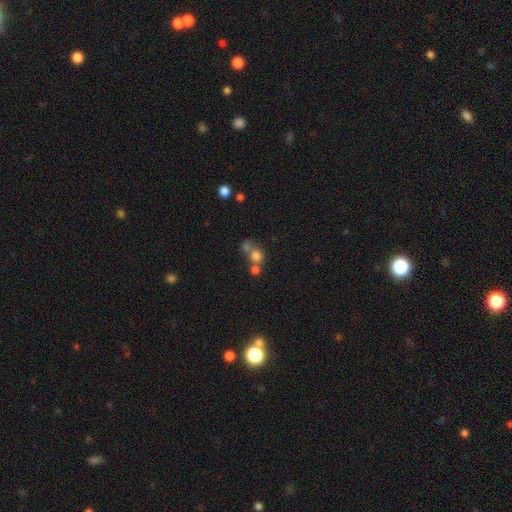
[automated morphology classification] Q: Smooth or featured?
A: smooth (73%); runner-up: star or artifact (15%)
Q: How rounded?
A: round (81%); runner-up: in between (18%)
Q: Merging?
A: merger (49%); runner-up: none (38%)